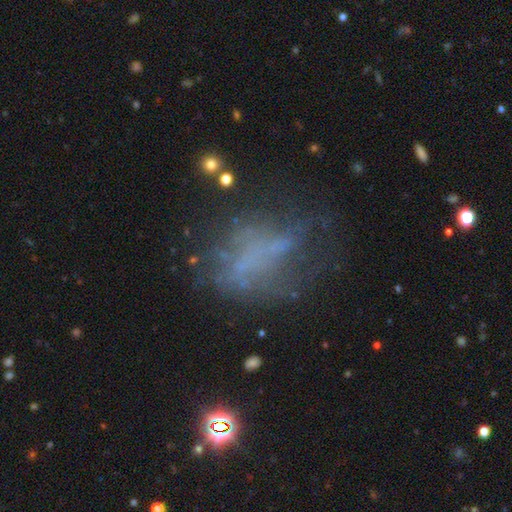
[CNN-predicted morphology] featured or disk 46%, smooth 29%, star or artifact 25%. Down the decision tree: merging — none (43%).